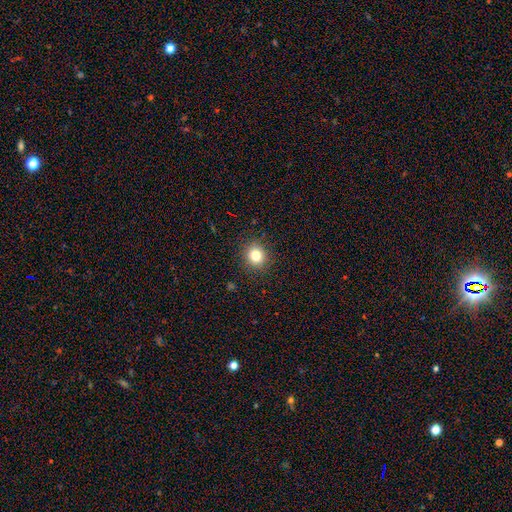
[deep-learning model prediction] Morphology: type=smooth (81%); roundness=round (82%); merging=none (90%).